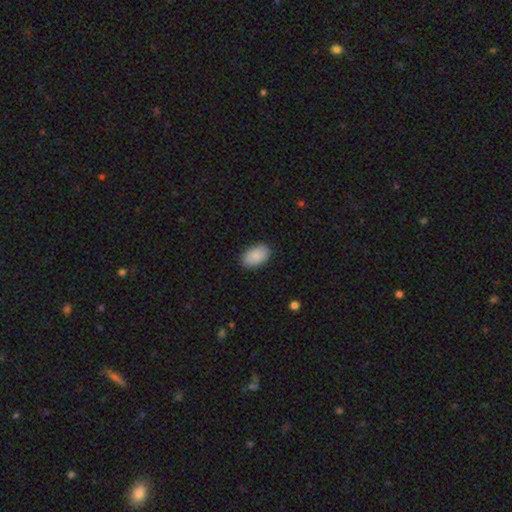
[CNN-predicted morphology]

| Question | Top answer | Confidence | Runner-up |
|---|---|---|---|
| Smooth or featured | smooth | 88% | featured or disk (6%) |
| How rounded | in between | 92% | round (7%) |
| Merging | none | 87% | minor disturbance (10%) |